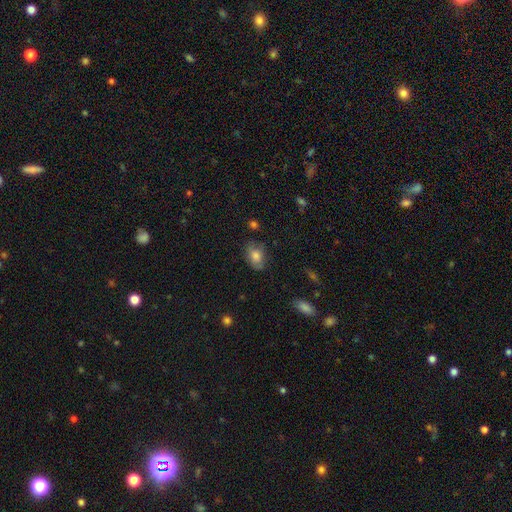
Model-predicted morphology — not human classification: smooth_or_featured: smooth (p=0.73) [alt: featured or disk p=0.18]
how_rounded: in between (p=0.83) [alt: round p=0.15]
merging: none (p=0.70) [alt: minor disturbance p=0.22]